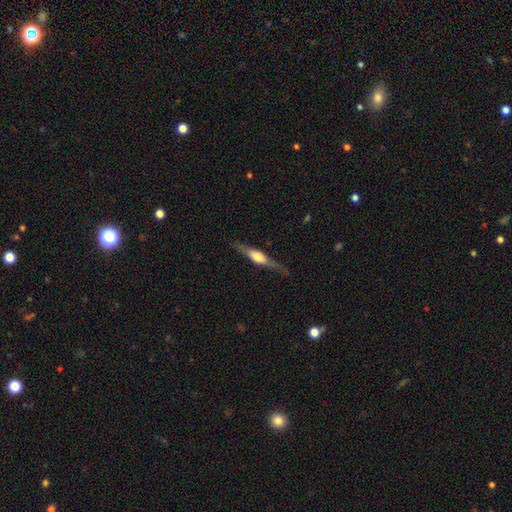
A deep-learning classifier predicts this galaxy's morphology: The model was most divided on "smooth or featured": featured or disk: 71%, smooth: 24%, star or artifact: 5%. More confident: edge-on disk — yes (96%); merging — none (81%); edge-on bulge — rounded (80%).